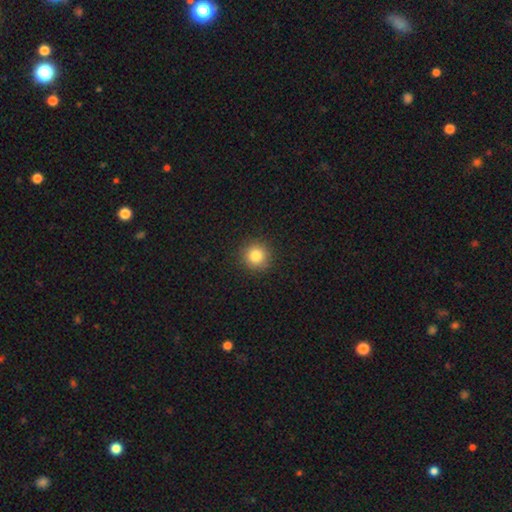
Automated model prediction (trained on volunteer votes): Smooth or featured: smooth — 83% (star or artifact — 12%)
How rounded: round — 94% (in between — 5%)
Merging: none — 91% (minor disturbance — 6%)